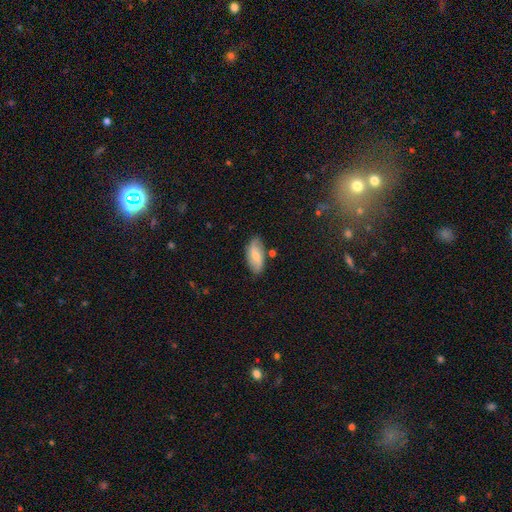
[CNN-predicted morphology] Overall: smooth (55%; featured or disk 38%). How rounded: in between (87%). Merging: none (77%).